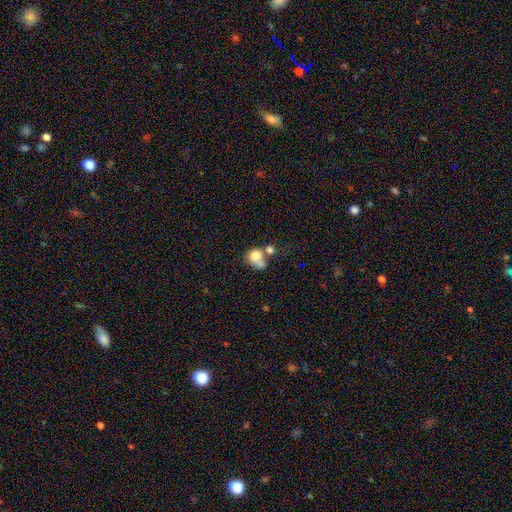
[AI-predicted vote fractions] Smooth or featured? Predicted: smooth (p=0.73). How rounded? Predicted: round (p=0.63). Merging? Predicted: merger (p=0.50).